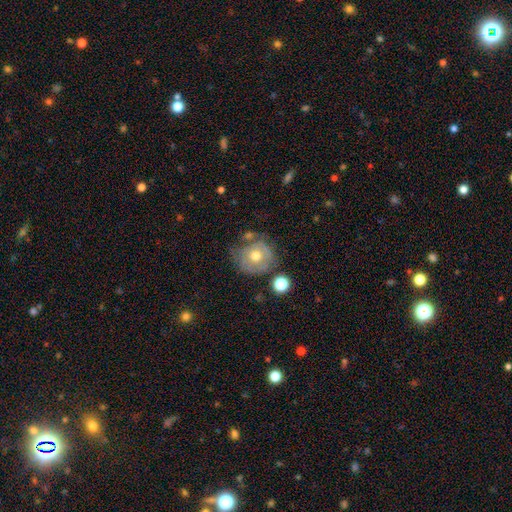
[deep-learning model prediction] smooth-or-featured: smooth: 52% | featured or disk: 39% | star or artifact: 9%
  how-rounded: round: 87% | in between: 12% | cigar-shaped: 1%
  merging: none: 58% | minor disturbance: 23% | major disturbance: 10% | merger: 9%